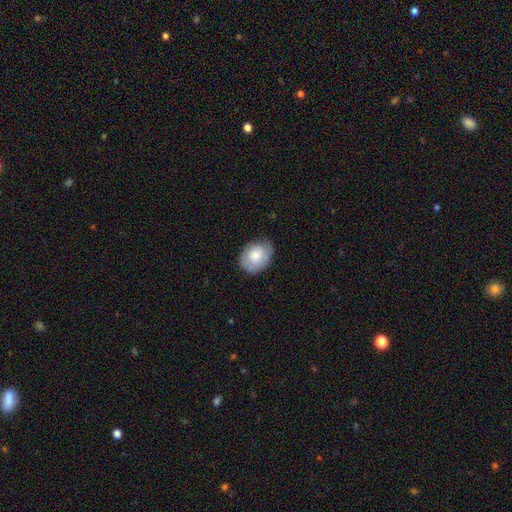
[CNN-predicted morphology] smooth-or-featured: smooth: 70% | featured or disk: 24% | star or artifact: 7%
  how-rounded: in between: 58% | round: 41% | cigar-shaped: 1%
  merging: none: 71% | minor disturbance: 23% | major disturbance: 5% | merger: 1%